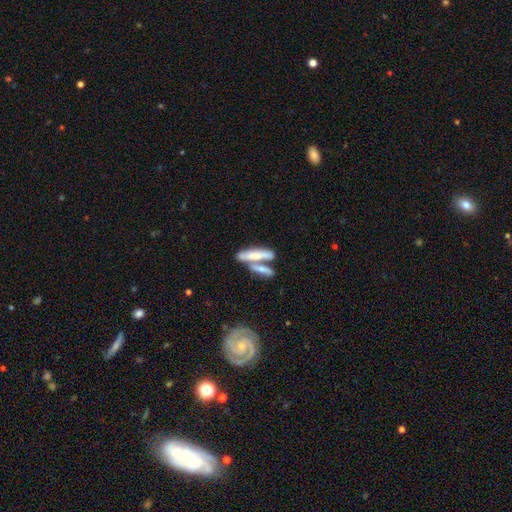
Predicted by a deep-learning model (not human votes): A smooth galaxy with no disk features (62%) that is cigar-shaped (72%). Merging: merger (45%).